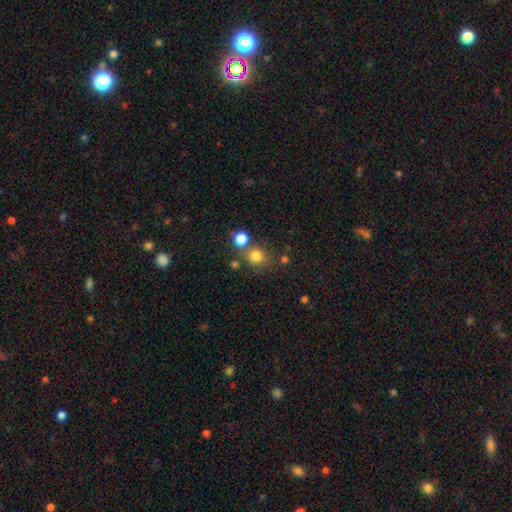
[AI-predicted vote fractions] smooth-or-featured: smooth: 79% | star or artifact: 15% | featured or disk: 7%
  how-rounded: round: 85% | in between: 14% | cigar-shaped: 1%
  merging: none: 67% | merger: 19% | minor disturbance: 10% | major disturbance: 4%